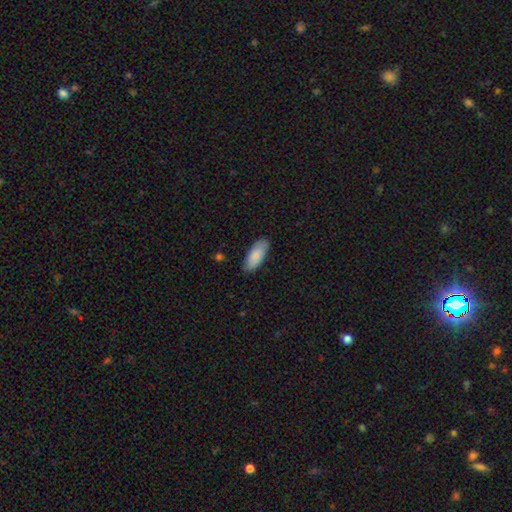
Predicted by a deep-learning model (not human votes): smooth 81%, featured or disk 13%, star or artifact 6%. Down the decision tree: how rounded — in between (81%); merging — none (86%).